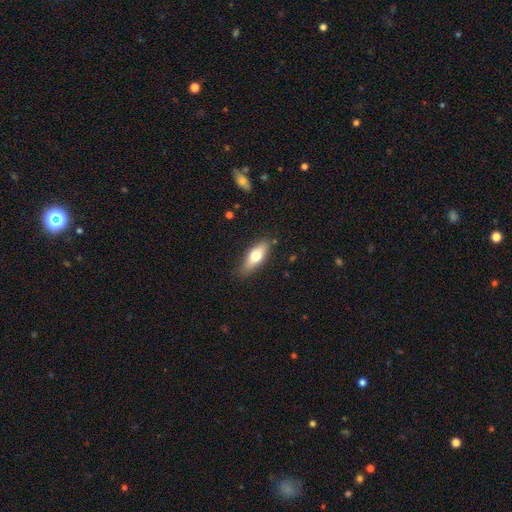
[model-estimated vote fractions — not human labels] The model was most divided on "how rounded": in between: 64%, cigar-shaped: 33%, round: 3%. More confident: merging — none (83%); smooth or featured — smooth (64%).